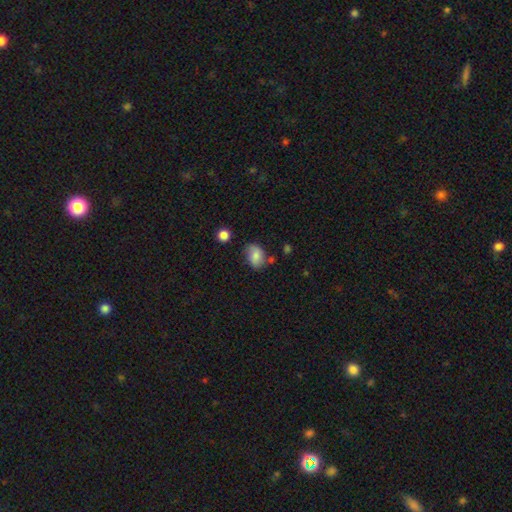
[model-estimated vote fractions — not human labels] Smooth or featured? smooth (79%)
How rounded? in between (76%)
Merging? none (64%)